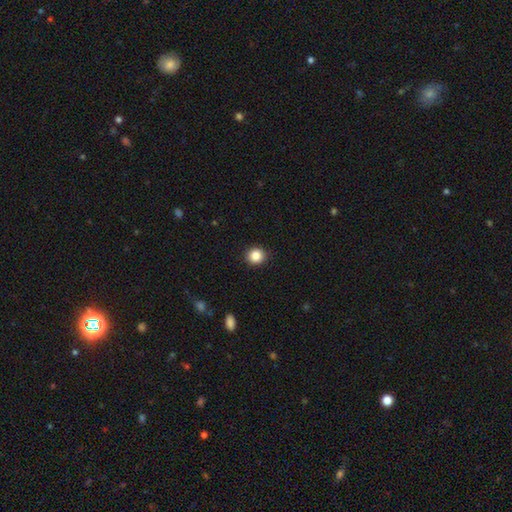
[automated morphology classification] smooth_or_featured: smooth (p=0.86) [alt: star or artifact p=0.10]
how_rounded: round (p=0.90) [alt: in between p=0.09]
merging: none (p=0.92) [alt: minor disturbance p=0.05]